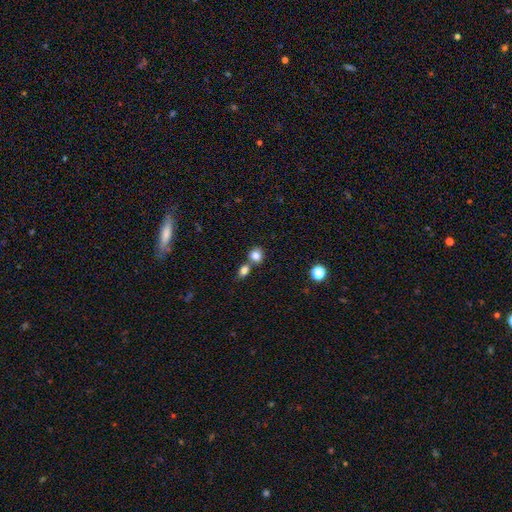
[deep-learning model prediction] smooth-or-featured: smooth: 83% | star or artifact: 10% | featured or disk: 7%
  how-rounded: round: 72% | in between: 27% | cigar-shaped: 1%
  merging: none: 52% | merger: 36% | minor disturbance: 9% | major disturbance: 3%